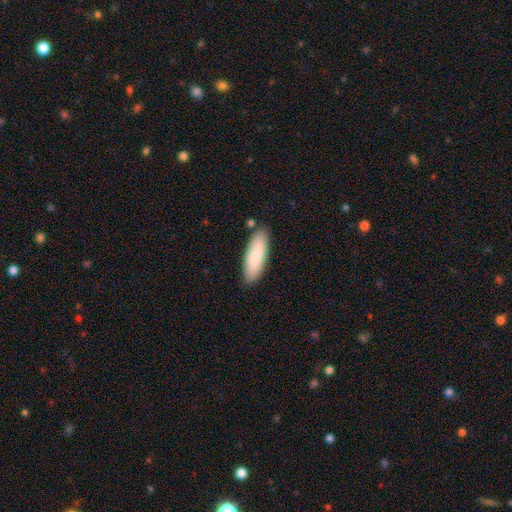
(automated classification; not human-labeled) smooth 85%, featured or disk 9%, star or artifact 6%. Down the decision tree: how rounded — in between (57%); merging — none (85%).